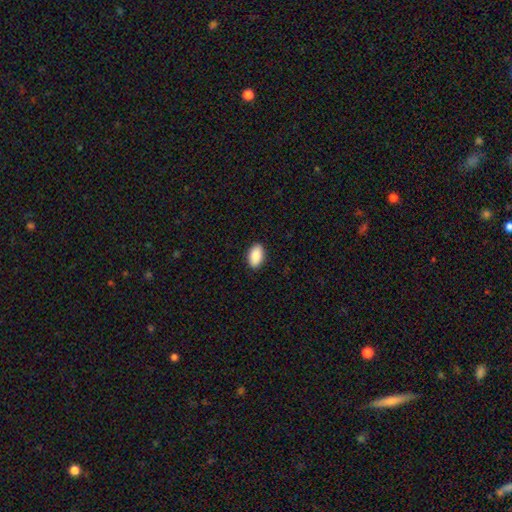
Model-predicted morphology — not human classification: Smooth or featured? Predicted: smooth (p=0.89). How rounded? Predicted: in between (p=0.94). Merging? Predicted: none (p=0.90).